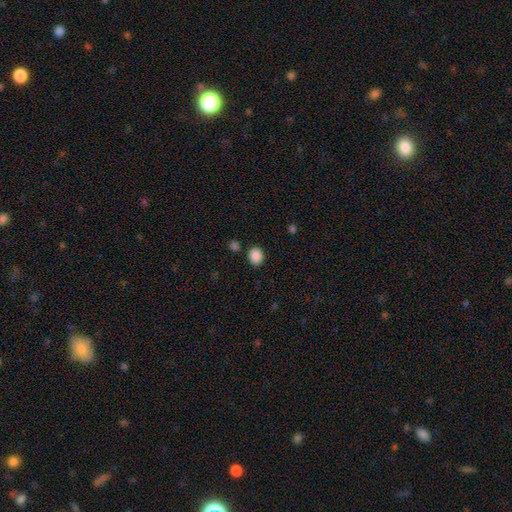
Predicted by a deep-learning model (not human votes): A smooth galaxy with no disk features (88%) that is round (56%).

Vote fractions:
- Smooth or featured? smooth: 88% / star or artifact: 9% / featured or disk: 3%
- How rounded? round: 56% / in between: 43% / cigar-shaped: 1%
- Merging? none: 85% / minor disturbance: 9% / merger: 4% / major disturbance: 3%